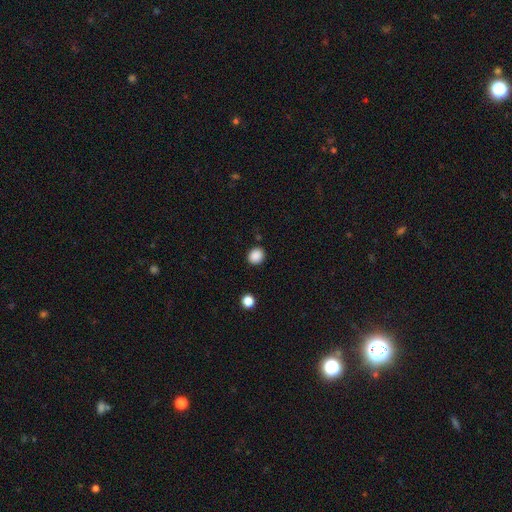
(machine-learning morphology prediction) smooth 88%, star or artifact 10%, featured or disk 2%. Down the decision tree: how rounded — round (76%); merging — none (89%).